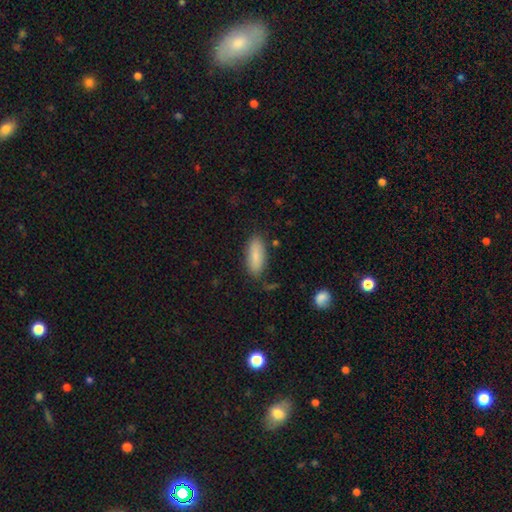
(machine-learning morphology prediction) The model was most divided on "how rounded": in between: 70%, cigar-shaped: 28%, round: 2%. More confident: smooth or featured — smooth (85%); merging — none (81%).